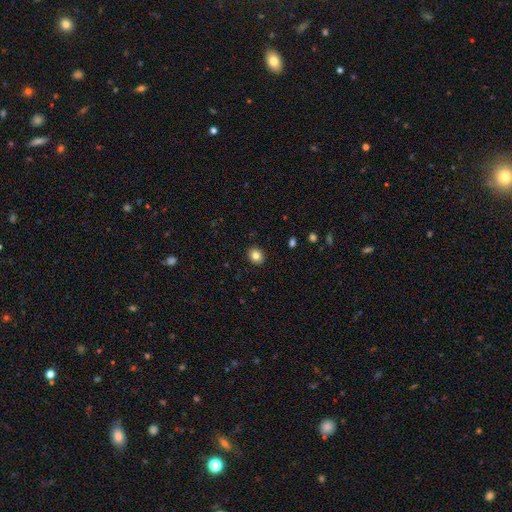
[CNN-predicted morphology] Smooth or featured? Predicted: smooth (p=0.82). How rounded? Predicted: round (p=0.69). Merging? Predicted: none (p=0.90).